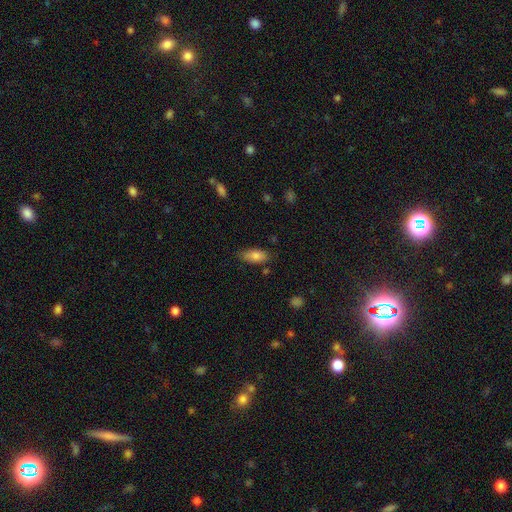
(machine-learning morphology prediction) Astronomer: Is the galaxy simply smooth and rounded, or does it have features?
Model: smooth — 81%.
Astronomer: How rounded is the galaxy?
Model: in between — 87%.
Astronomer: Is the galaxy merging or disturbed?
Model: none — 78%.